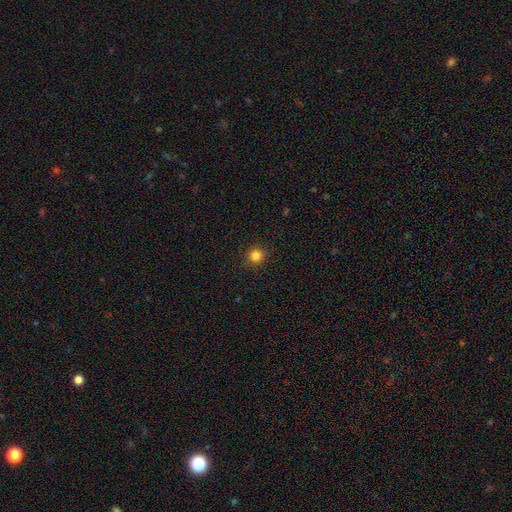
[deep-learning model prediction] Smooth or featured: smooth — 84% (star or artifact — 12%)
How rounded: round — 94% (in between — 5%)
Merging: none — 91% (minor disturbance — 6%)